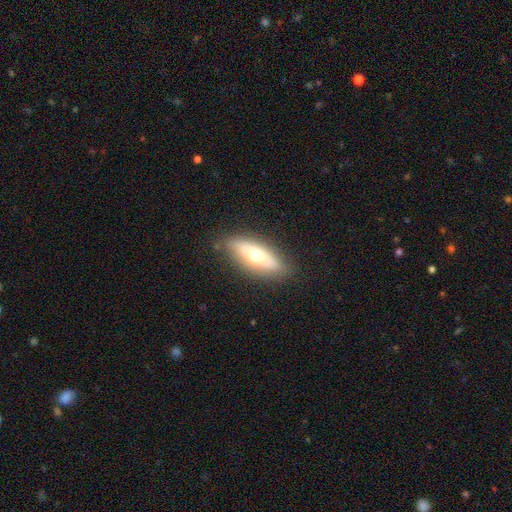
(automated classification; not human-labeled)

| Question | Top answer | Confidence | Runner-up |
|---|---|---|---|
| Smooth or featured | smooth | 54% | featured or disk (39%) |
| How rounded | in between | 63% | cigar-shaped (35%) |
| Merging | none | 84% | minor disturbance (12%) |